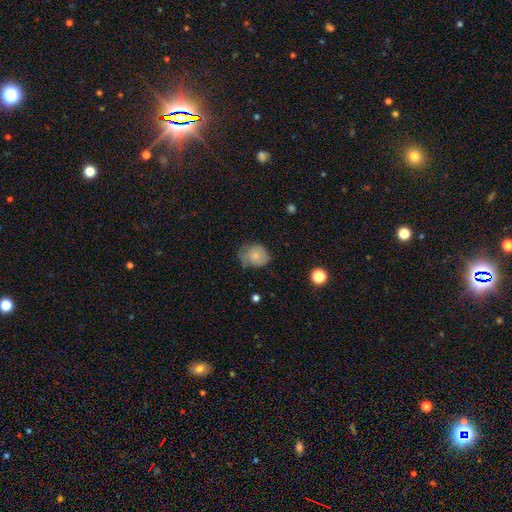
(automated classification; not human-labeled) Smooth or featured? smooth (72%)
How rounded? round (63%)
Merging? none (52%)